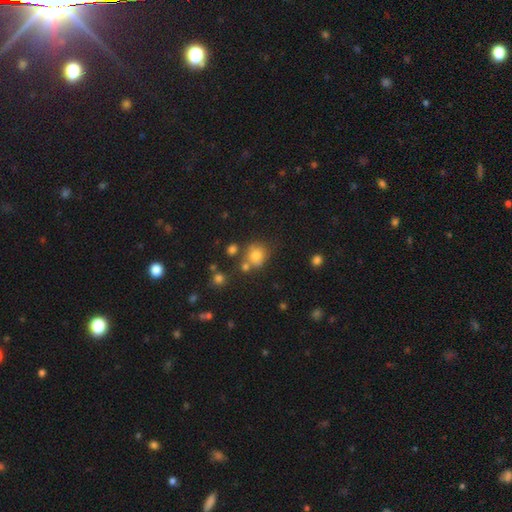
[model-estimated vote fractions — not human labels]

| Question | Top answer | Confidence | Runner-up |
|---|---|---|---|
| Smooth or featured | smooth | 76% | star or artifact (14%) |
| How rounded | round | 81% | in between (19%) |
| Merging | none | 62% | merger (17%) |